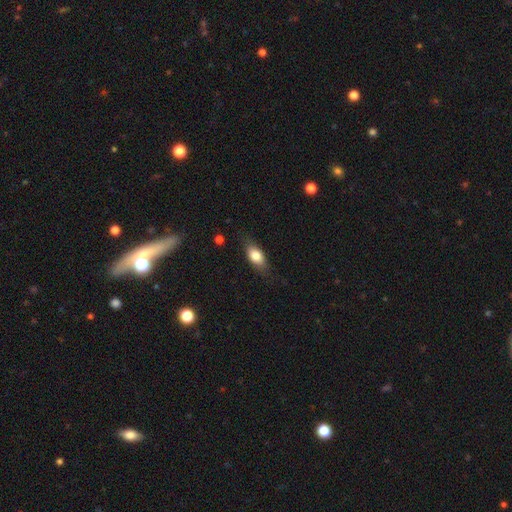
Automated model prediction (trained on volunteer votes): Smooth or featured: smooth — 75% (featured or disk — 18%)
How rounded: in between — 80% (cigar-shaped — 13%)
Merging: none — 77% (minor disturbance — 17%)